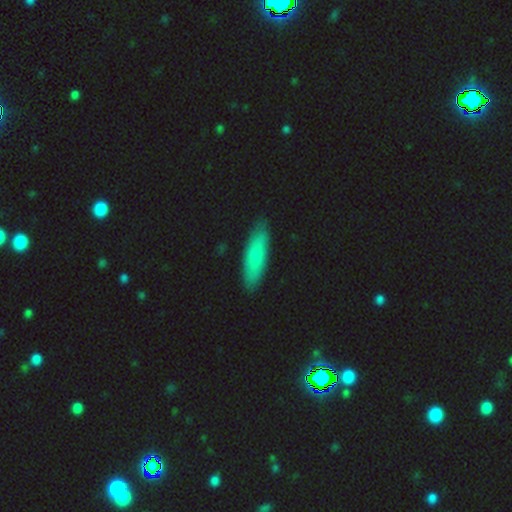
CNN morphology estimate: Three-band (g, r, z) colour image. It shows a smooth galaxy with no disk features (76%) that is cigar-shaped (57%). Merging: none (86%).